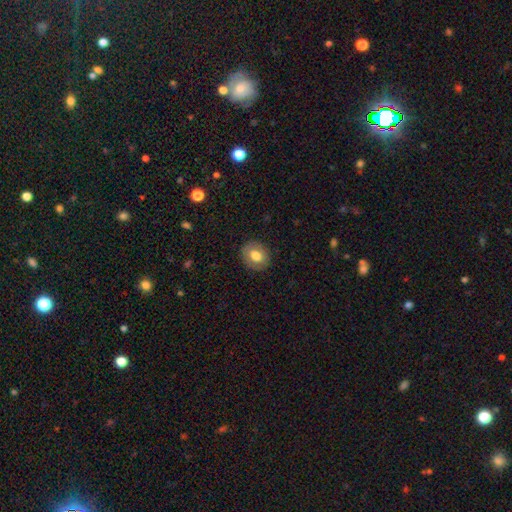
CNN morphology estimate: smooth-or-featured: smooth: 75% | featured or disk: 18% | star or artifact: 8%
  how-rounded: round: 56% | in between: 43% | cigar-shaped: 1%
  merging: none: 88% | minor disturbance: 9% | major disturbance: 3% | merger: 1%